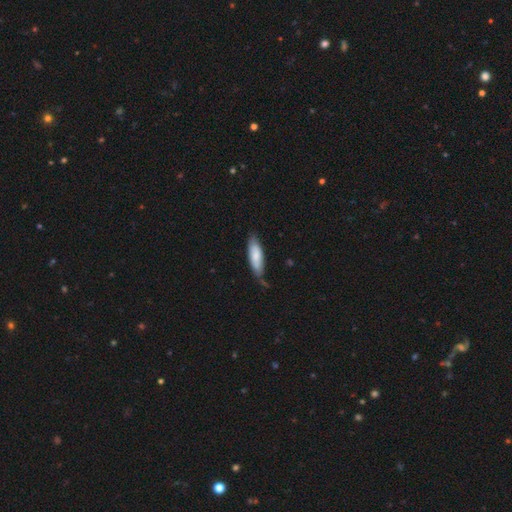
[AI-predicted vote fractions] Morphology: type=smooth (77%); roundness=in between (50%); merging=none (67%).